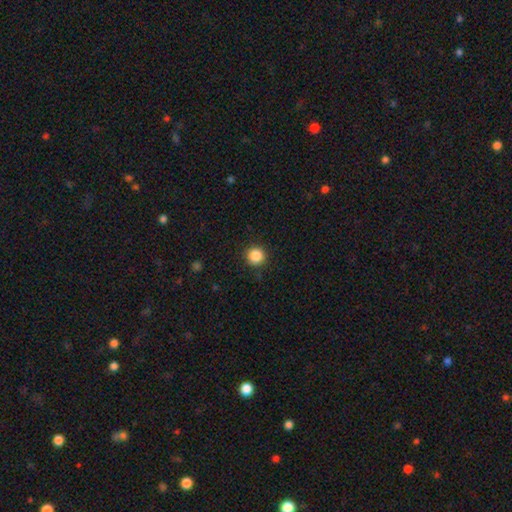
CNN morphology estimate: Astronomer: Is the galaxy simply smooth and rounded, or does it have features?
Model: smooth — 87%.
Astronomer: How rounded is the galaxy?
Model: round — 95%.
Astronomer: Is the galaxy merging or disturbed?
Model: none — 92%.